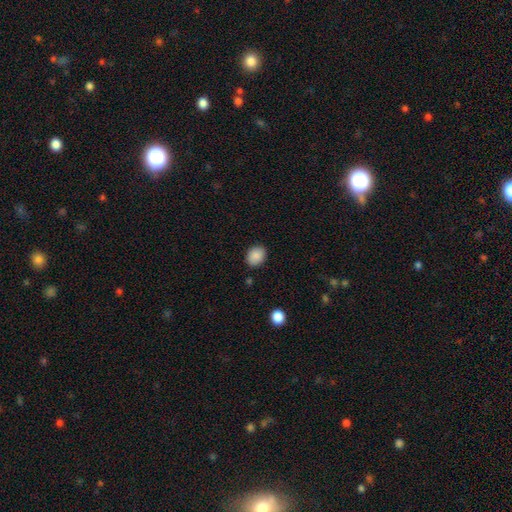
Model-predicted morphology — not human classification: Smooth or featured? Predicted: smooth (p=0.88). How rounded? Predicted: in between (p=0.54). Merging? Predicted: none (p=0.86).